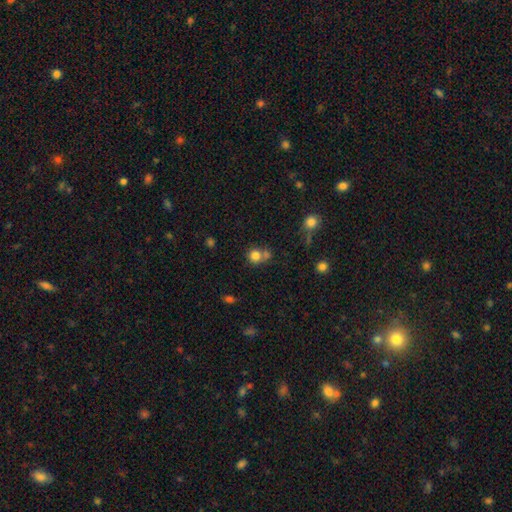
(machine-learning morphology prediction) smooth_or_featured: smooth (p=0.80) [alt: star or artifact p=0.12]
how_rounded: round (p=0.86) [alt: in between p=0.13]
merging: none (p=0.52) [alt: merger p=0.32]